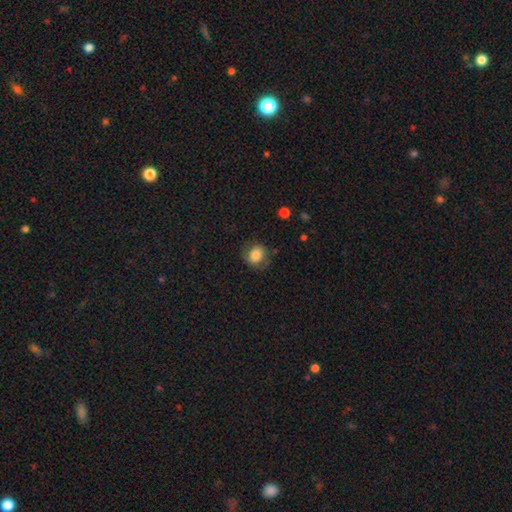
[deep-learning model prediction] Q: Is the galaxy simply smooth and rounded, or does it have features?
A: smooth — 78%.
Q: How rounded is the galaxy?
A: round — 64%.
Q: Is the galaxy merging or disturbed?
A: none — 73%.